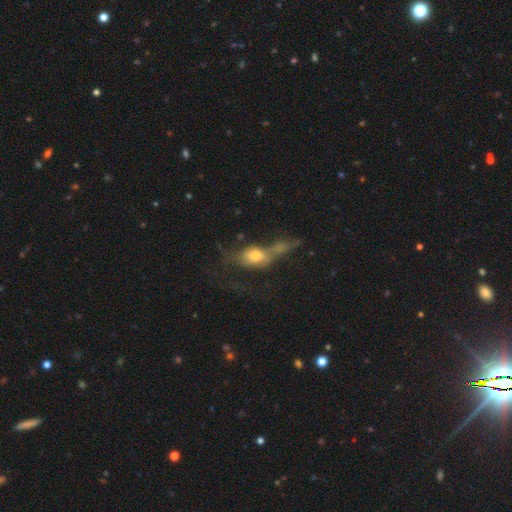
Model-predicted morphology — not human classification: This is possibly a smooth galaxy (50%). How rounded: likely in between (69%). Merging: marginally merger (38%).